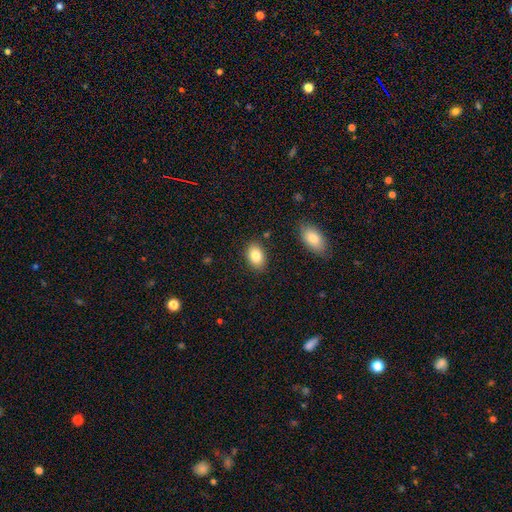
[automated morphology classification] A smooth galaxy with no disk features (84%) that is in between round and cigar-shaped (86%). Merging: none (85%).